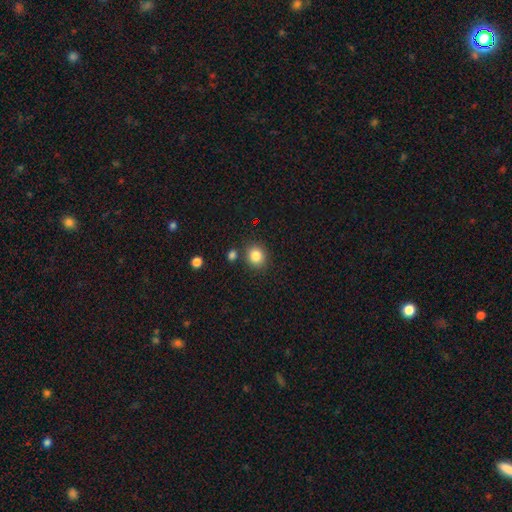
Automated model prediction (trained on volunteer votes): smooth 84%, star or artifact 11%, featured or disk 5%. Down the decision tree: how rounded — round (76%); merging — none (82%).